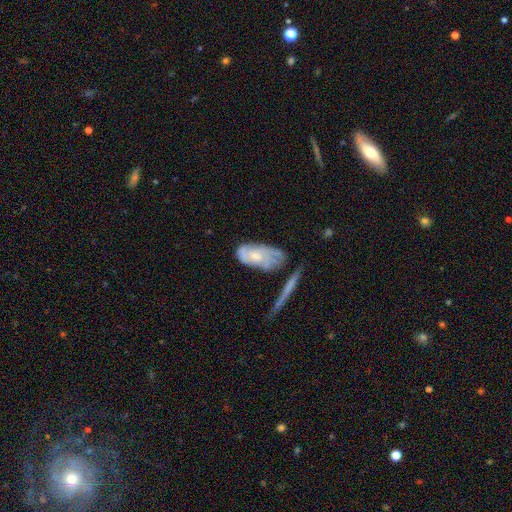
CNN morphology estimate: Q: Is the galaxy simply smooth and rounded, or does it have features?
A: featured or disk — 58%.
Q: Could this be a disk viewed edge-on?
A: no — 91%.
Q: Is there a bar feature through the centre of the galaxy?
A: no — 78%.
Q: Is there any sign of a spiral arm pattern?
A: yes — 71%.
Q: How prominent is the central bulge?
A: small — 48%.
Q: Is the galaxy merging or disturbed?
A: none — 42%.